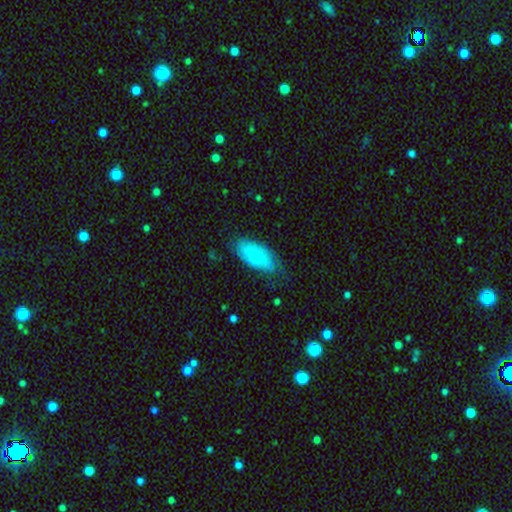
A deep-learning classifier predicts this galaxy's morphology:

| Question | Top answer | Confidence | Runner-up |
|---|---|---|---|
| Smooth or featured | smooth | 81% | featured or disk (13%) |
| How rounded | in between | 89% | cigar-shaped (10%) |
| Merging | none | 62% | minor disturbance (30%) |